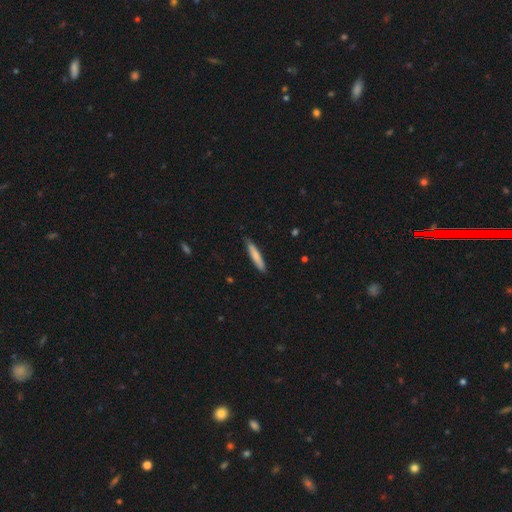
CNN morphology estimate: A smooth galaxy with no disk features (76%) that is cigar-shaped (92%). Merging: none (84%).